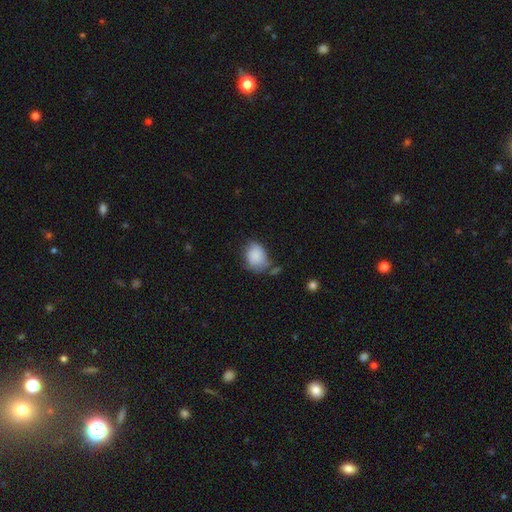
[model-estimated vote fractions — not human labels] smooth 86%, star or artifact 7%, featured or disk 7%. Down the decision tree: how rounded — in between (63%); merging — none (51%).